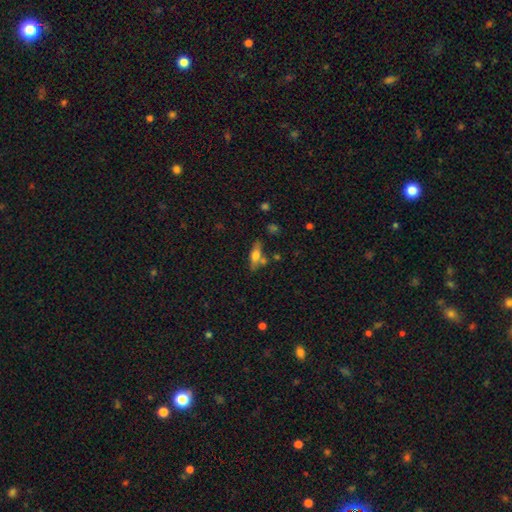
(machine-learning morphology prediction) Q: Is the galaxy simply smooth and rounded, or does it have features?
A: smooth — 54%.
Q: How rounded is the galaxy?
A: in between — 53%.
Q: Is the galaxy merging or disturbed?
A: none — 66%.